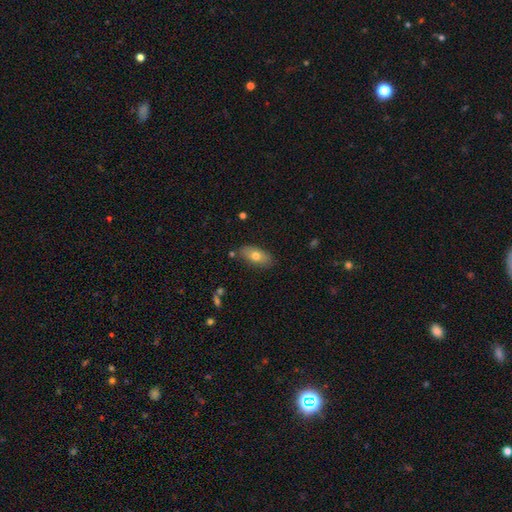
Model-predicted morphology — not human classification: Smooth or featured? Predicted: smooth (p=0.71). How rounded? Predicted: in between (p=0.88). Merging? Predicted: none (p=0.81).